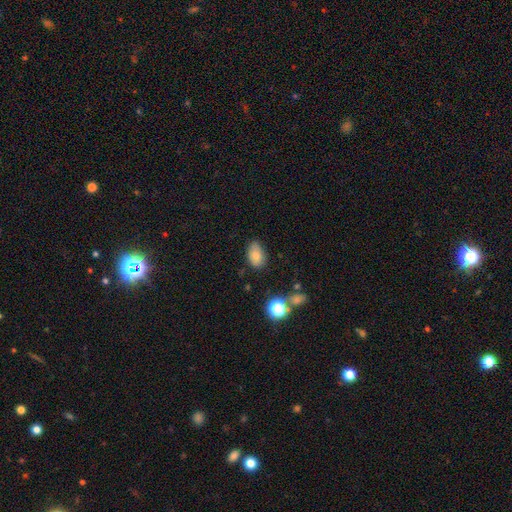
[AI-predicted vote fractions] smooth-or-featured: smooth: 75% | featured or disk: 14% | star or artifact: 11%
  how-rounded: in between: 86% | round: 13% | cigar-shaped: 1%
  merging: none: 73% | minor disturbance: 20% | major disturbance: 4% | merger: 3%